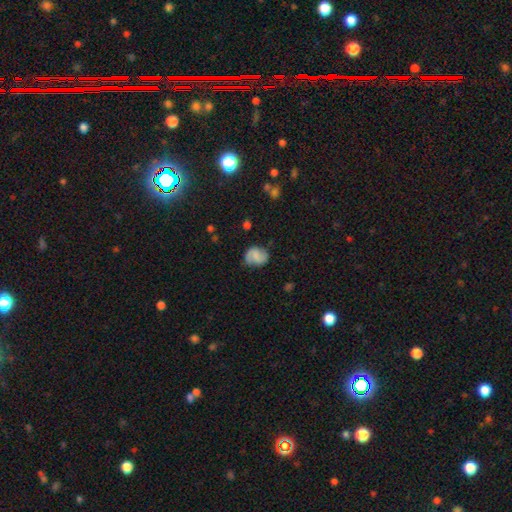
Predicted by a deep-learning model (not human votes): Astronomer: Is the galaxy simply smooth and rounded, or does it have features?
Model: featured or disk — 51% (runner-up: smooth, 40%).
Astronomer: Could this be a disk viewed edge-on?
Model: no — 98%.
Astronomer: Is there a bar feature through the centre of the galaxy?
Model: weak — 43% (runner-up: no, 41%).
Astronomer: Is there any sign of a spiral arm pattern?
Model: yes — 90%.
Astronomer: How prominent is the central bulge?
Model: none — 55%.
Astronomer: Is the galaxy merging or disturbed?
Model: none — 70%.